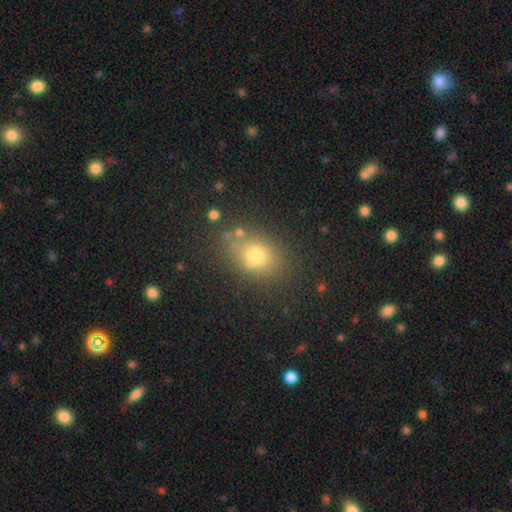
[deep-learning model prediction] Q: Smooth or featured?
A: smooth (71%); runner-up: star or artifact (19%)
Q: How rounded?
A: in between (56%); runner-up: round (42%)
Q: Merging?
A: none (76%); runner-up: minor disturbance (14%)